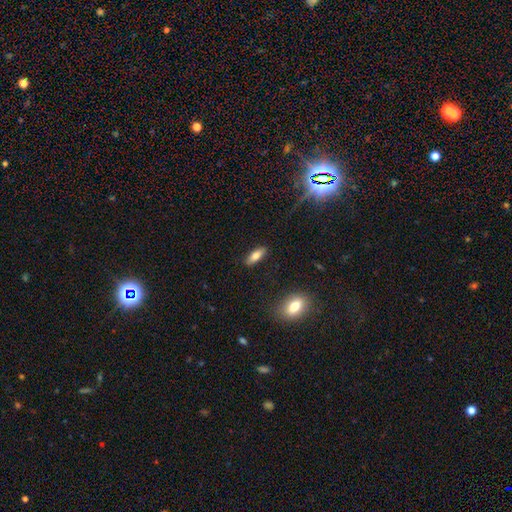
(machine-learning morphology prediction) This is likely a smooth galaxy (76%). How rounded: likely in between (66%). Merging: clearly none (88%).